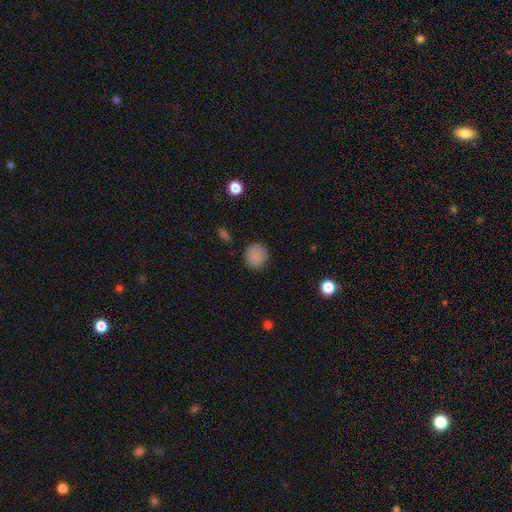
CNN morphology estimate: type=smooth (86%); roundness=round (81%); merging=none (87%).